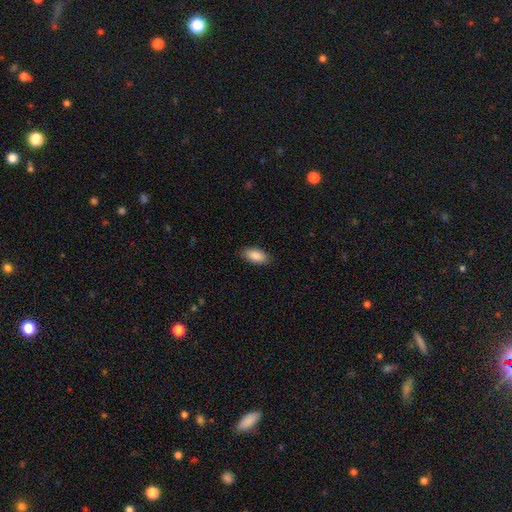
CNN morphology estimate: Smooth or featured: smooth — 87% (star or artifact — 6%)
How rounded: in between — 90% (cigar-shaped — 7%)
Merging: none — 87% (minor disturbance — 10%)